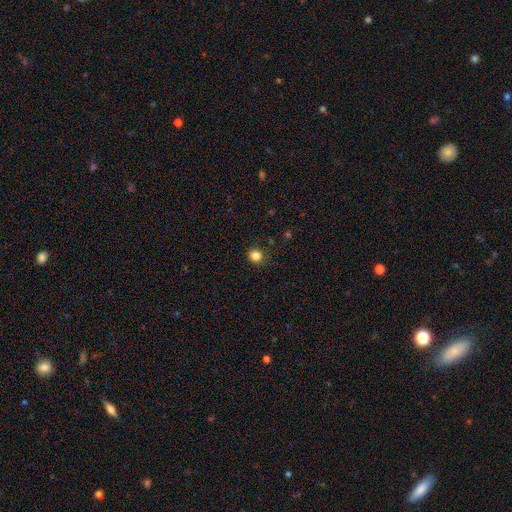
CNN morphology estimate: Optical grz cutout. It shows a smooth galaxy with no disk features (84%) that is round (90%). Merging: none (90%).